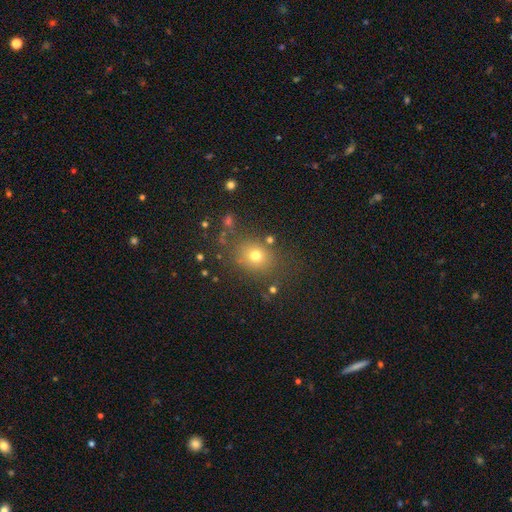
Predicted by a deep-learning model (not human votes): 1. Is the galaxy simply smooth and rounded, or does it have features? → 72% smooth, 18% star or artifact, 10% featured or disk.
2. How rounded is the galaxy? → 66% round, 33% in between, 1% cigar-shaped.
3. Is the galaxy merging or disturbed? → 79% none, 12% minor disturbance, 5% major disturbance, 4% merger.